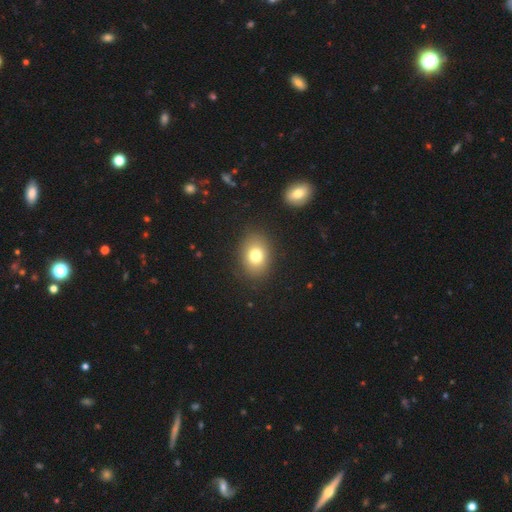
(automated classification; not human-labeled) Morphology: type=smooth (78%); roundness=in between (64%); merging=none (86%).